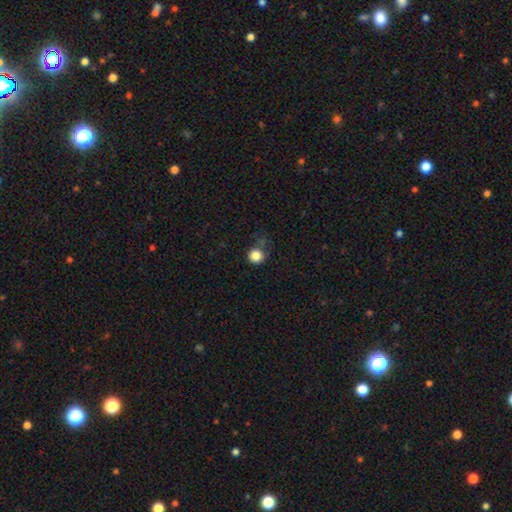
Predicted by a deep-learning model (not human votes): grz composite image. It shows a smooth galaxy with no disk features (84%) that is round (93%). Merging: none (68%).